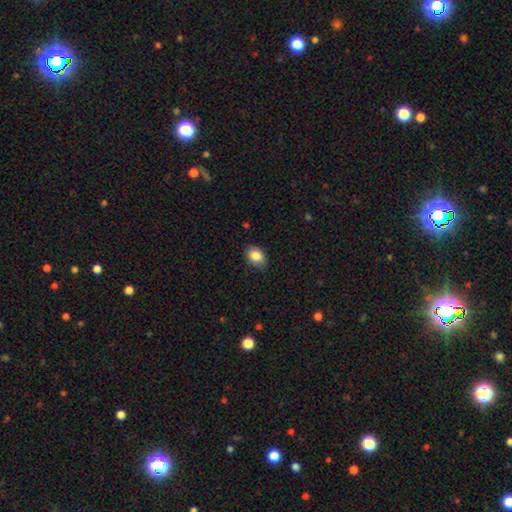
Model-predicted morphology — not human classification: type=smooth (86%); roundness=in between (77%); merging=none (85%).